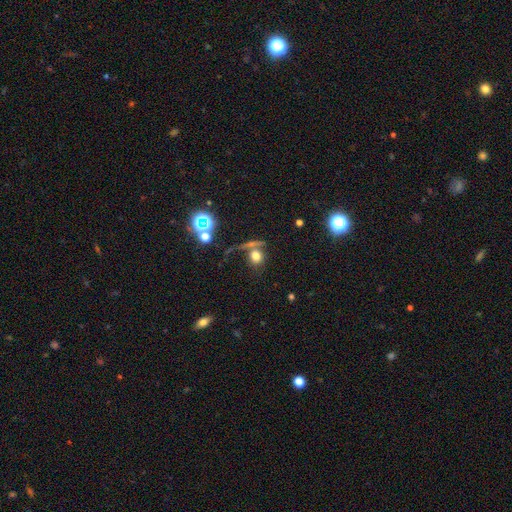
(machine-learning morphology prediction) The model was most divided on "merging": none: 53%, merger: 23%, major disturbance: 12%, minor disturbance: 12%. More confident: how rounded — round (83%); smooth or featured — smooth (68%).